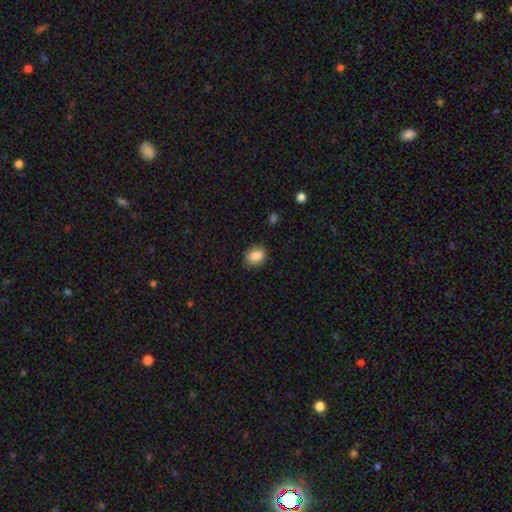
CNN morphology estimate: Smooth or featured?
  - smooth: 85% *
  - star or artifact: 8%
  - featured or disk: 6%
How rounded?
  - round: 50% *
  - in between: 49%
  - cigar-shaped: 1%
Merging?
  - none: 85% *
  - minor disturbance: 11%
  - major disturbance: 3%
  - merger: 1%